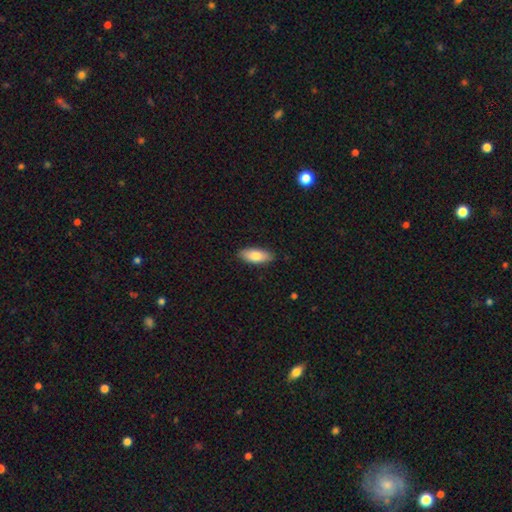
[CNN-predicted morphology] smooth-or-featured: smooth: 81% | featured or disk: 13% | star or artifact: 6%
  how-rounded: in between: 82% | cigar-shaped: 16% | round: 2%
  merging: none: 88% | minor disturbance: 9% | major disturbance: 2% | merger: 1%